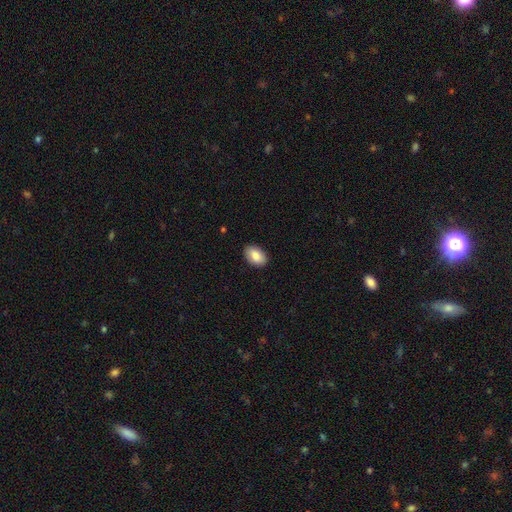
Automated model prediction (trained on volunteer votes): Overall: smooth (86%). How rounded: in between (91%). Merging: none (89%).